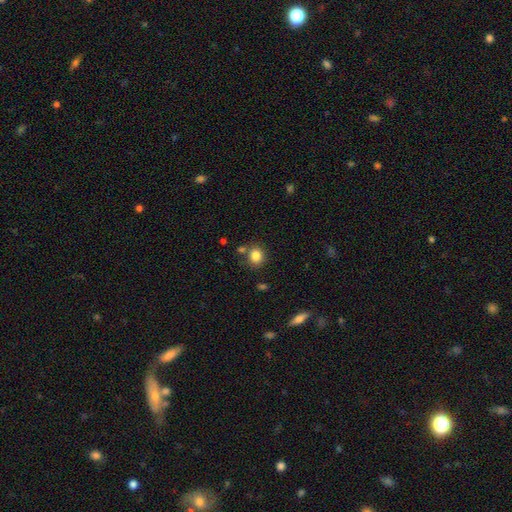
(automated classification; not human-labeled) smooth_or_featured: smooth (p=0.84) [alt: star or artifact p=0.10]
how_rounded: round (p=0.78) [alt: in between p=0.21]
merging: none (p=0.76) [alt: minor disturbance p=0.11]